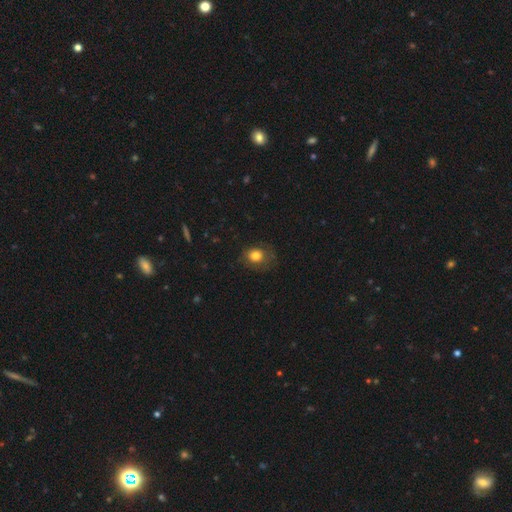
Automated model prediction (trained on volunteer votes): Smooth or featured: smooth — 78% (featured or disk — 11%)
How rounded: round — 66% (in between — 33%)
Merging: none — 69% (minor disturbance — 20%)